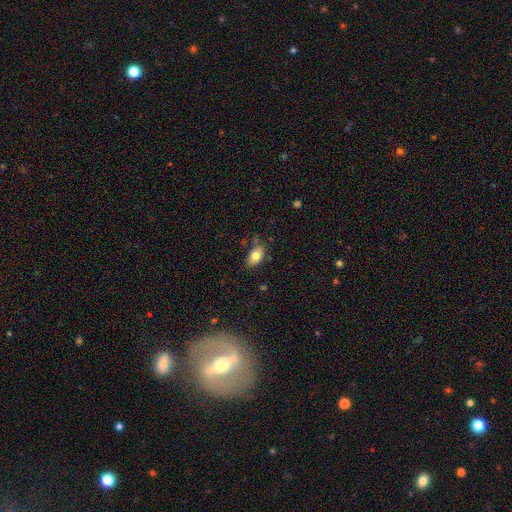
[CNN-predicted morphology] smooth_or_featured: smooth (p=0.79) [alt: featured or disk p=0.13]
how_rounded: in between (p=0.89) [alt: round p=0.08]
merging: none (p=0.72) [alt: minor disturbance p=0.20]